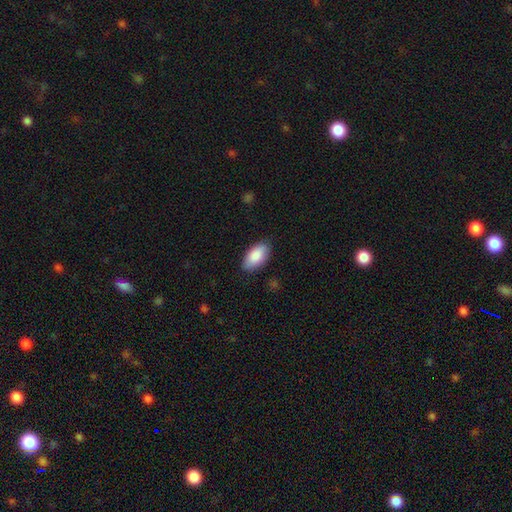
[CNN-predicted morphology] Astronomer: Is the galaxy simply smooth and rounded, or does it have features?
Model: smooth — 88%.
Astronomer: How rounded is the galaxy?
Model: in between — 94%.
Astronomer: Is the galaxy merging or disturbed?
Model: none — 85%.